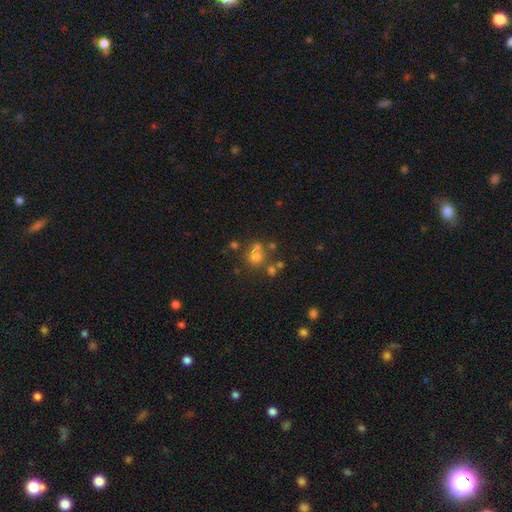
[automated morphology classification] Smooth or featured? smooth (60%)
How rounded? round (85%)
Merging? none (54%)